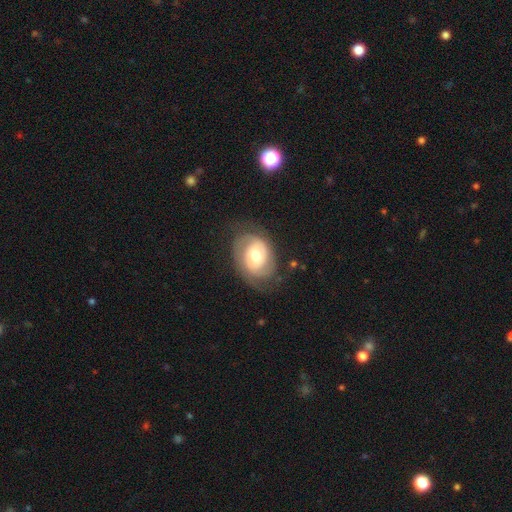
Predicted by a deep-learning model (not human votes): The model was most divided on "spiral winding": tight: 57%, medium: 30%, loose: 12%. More confident: edge-on disk — no (97%); spiral arms — yes (85%); smooth or featured — featured or disk (69%); merging — none (68%); bulge size — moderate (67%); bar — no (66%); spiral arm count — 2 (61%).